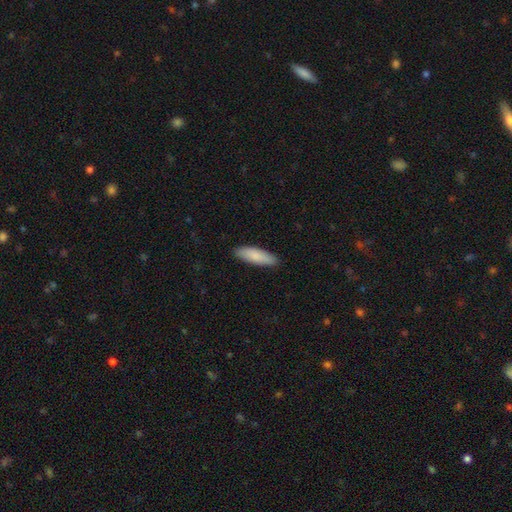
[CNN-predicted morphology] smooth_or_featured: smooth (p=0.86) [alt: featured or disk p=0.09]
how_rounded: cigar-shaped (p=0.54) [alt: in between p=0.44]
merging: none (p=0.88) [alt: minor disturbance p=0.09]